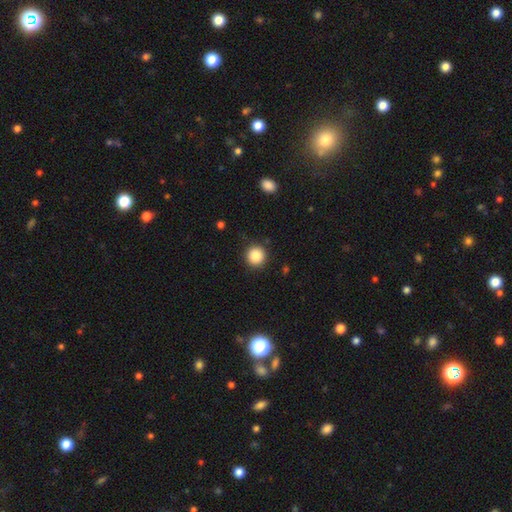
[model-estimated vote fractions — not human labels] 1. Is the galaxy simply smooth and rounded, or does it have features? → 87% smooth, 10% star or artifact, 4% featured or disk.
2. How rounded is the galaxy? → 94% round, 5% in between, 1% cigar-shaped.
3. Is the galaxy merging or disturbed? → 89% none, 7% minor disturbance, 2% major disturbance, 1% merger.